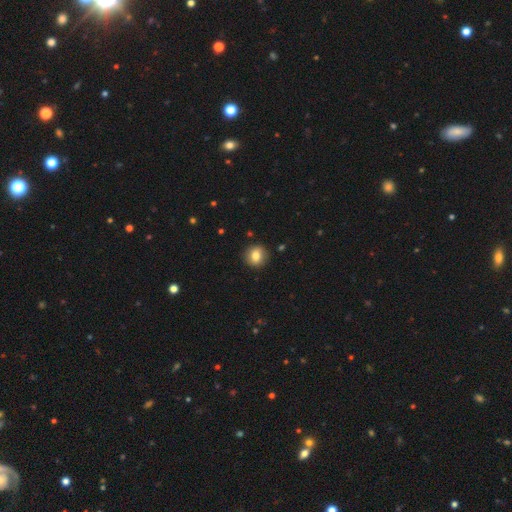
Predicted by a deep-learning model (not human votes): This is likely a smooth galaxy (79%). How rounded: clearly round (84%). Merging: clearly none (89%).